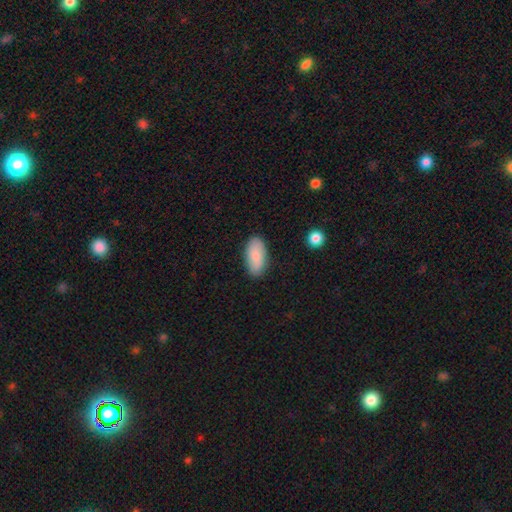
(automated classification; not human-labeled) A smooth galaxy with no disk features (86%) that is in between round and cigar-shaped (93%).

Vote fractions:
- Smooth or featured? smooth: 86% / featured or disk: 8% / star or artifact: 6%
- How rounded? in between: 93% / cigar-shaped: 5% / round: 2%
- Merging? none: 86% / minor disturbance: 10% / major disturbance: 2% / merger: 1%